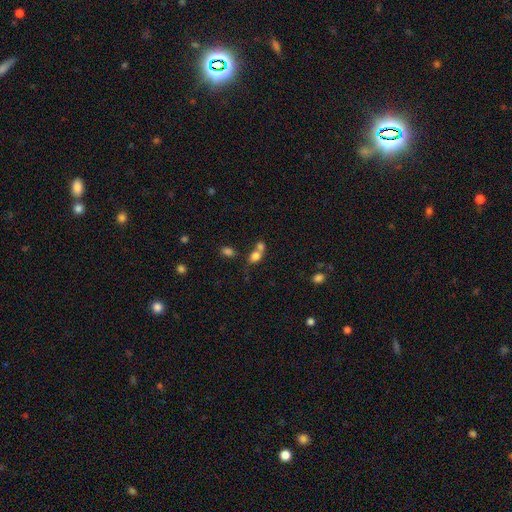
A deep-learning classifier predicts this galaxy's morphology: smooth-or-featured: smooth: 76% | star or artifact: 12% | featured or disk: 12%
  how-rounded: in between: 57% | round: 41% | cigar-shaped: 3%
  merging: merger: 59% | none: 28% | minor disturbance: 8% | major disturbance: 5%